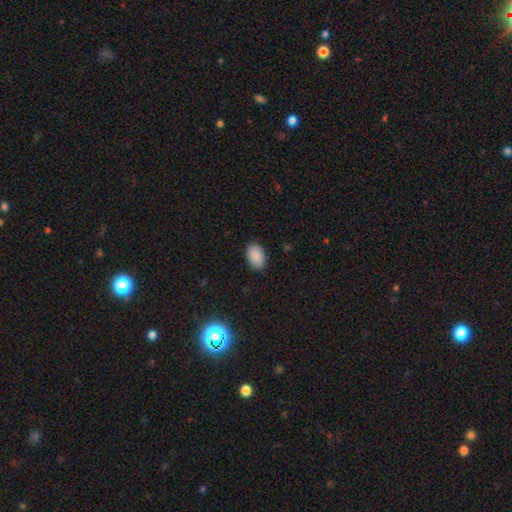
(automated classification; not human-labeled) smooth 89%, star or artifact 8%, featured or disk 3%. Down the decision tree: how rounded — in between (90%); merging — none (88%).